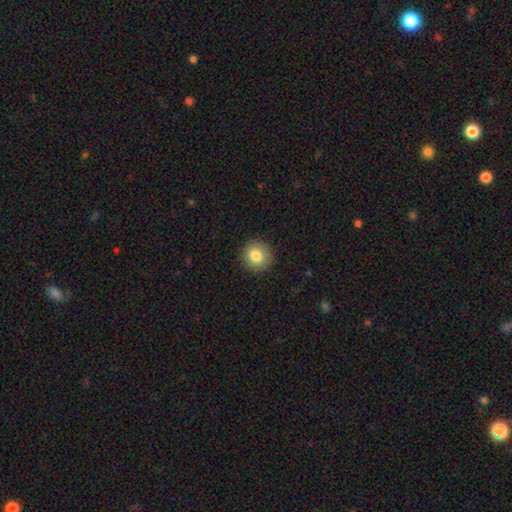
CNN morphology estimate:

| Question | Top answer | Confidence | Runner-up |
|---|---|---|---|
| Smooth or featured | smooth | 83% | star or artifact (9%) |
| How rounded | round | 92% | in between (7%) |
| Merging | none | 90% | minor disturbance (7%) |